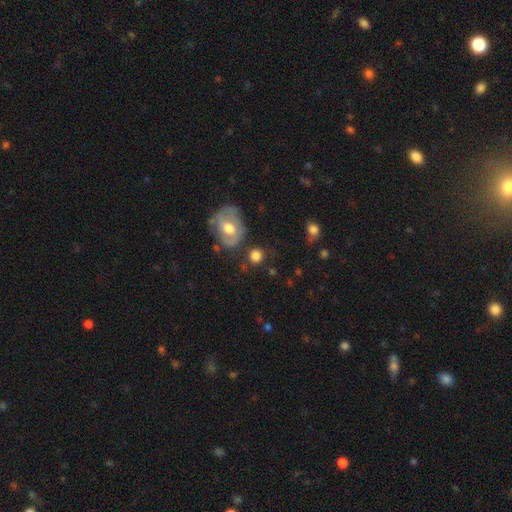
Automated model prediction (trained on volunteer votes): Overall: smooth (78%). How rounded: round (84%). Merging: none (73%).